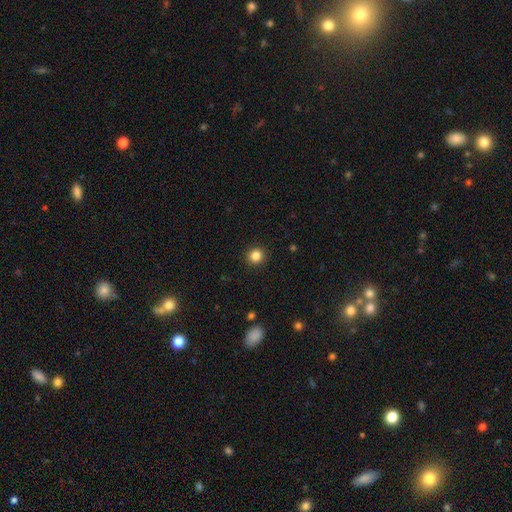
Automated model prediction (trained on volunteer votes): A smooth galaxy with no disk features (84%) that is round (93%). Merging: none (93%).